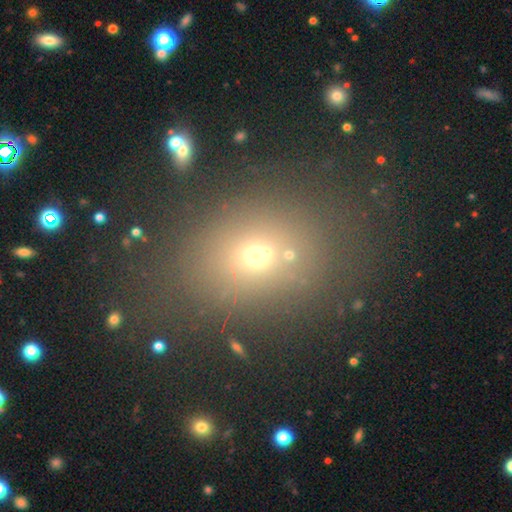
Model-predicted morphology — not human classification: smooth_or_featured: smooth (p=0.60) [alt: star or artifact p=0.27]
how_rounded: in between (p=0.53) [alt: round p=0.45]
merging: none (p=0.73) [alt: minor disturbance p=0.12]